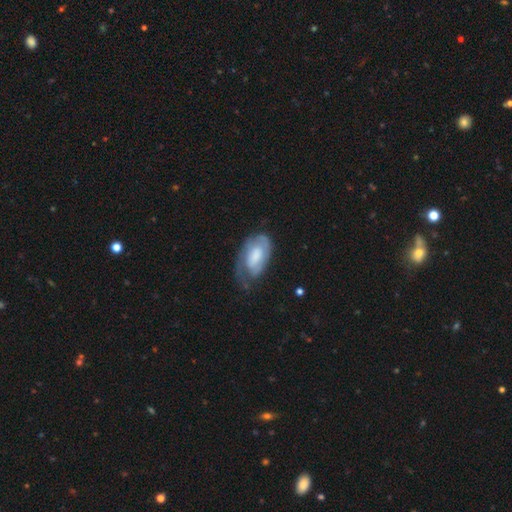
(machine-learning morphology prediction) featured or disk 54%, smooth 40%, star or artifact 6%. Down the decision tree: edge-on disk — no (95%); bar — no (64%); spiral arms — yes (73%); bulge size — large (36%); merging — none (40%).